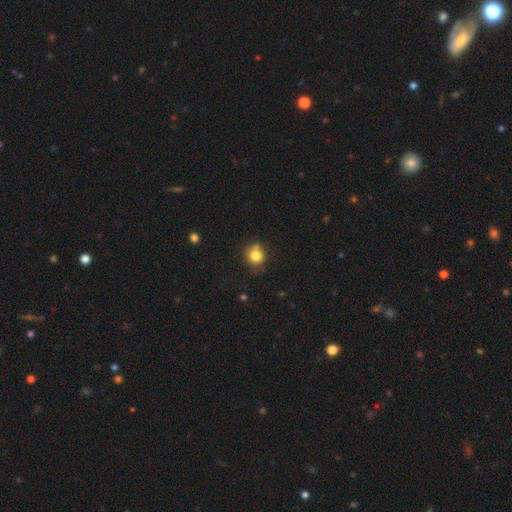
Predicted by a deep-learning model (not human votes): Smooth or featured: smooth — 80% (star or artifact — 12%)
How rounded: round — 80% (in between — 19%)
Merging: none — 65% (minor disturbance — 19%)